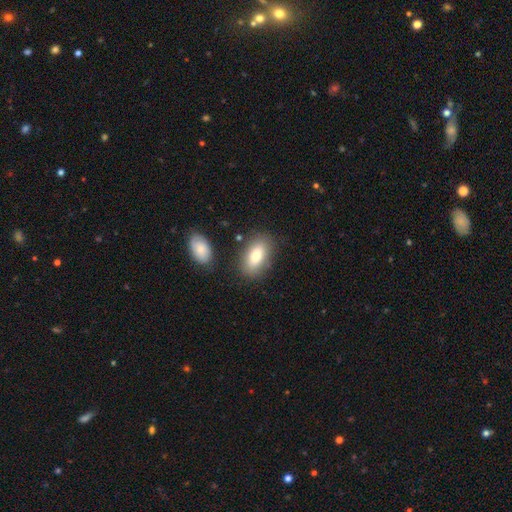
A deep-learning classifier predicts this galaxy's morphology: Smooth or featured?
  - smooth: 77% *
  - featured or disk: 16%
  - star or artifact: 8%
How rounded?
  - in between: 90% *
  - round: 6%
  - cigar-shaped: 4%
Merging?
  - none: 80% *
  - minor disturbance: 11%
  - merger: 5%
  - major disturbance: 4%